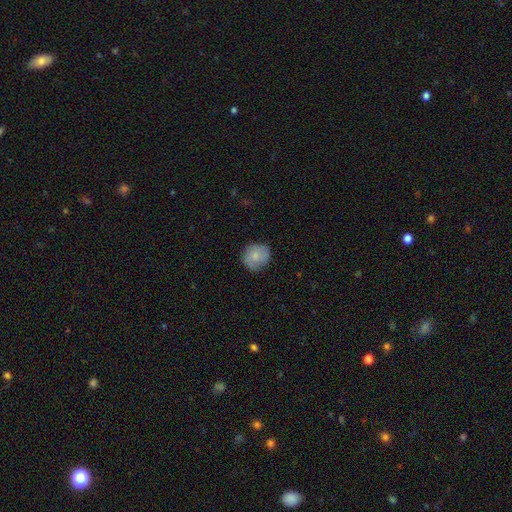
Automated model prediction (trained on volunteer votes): Smooth or featured?
  - smooth: 75% *
  - featured or disk: 17%
  - star or artifact: 7%
How rounded?
  - round: 87% *
  - in between: 12%
  - cigar-shaped: 1%
Merging?
  - none: 80% *
  - minor disturbance: 15%
  - major disturbance: 3%
  - merger: 1%